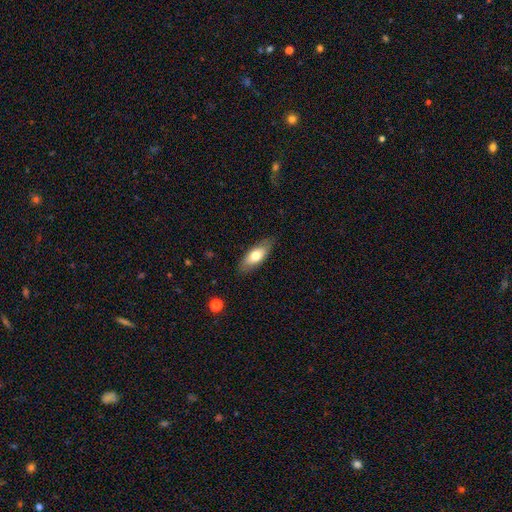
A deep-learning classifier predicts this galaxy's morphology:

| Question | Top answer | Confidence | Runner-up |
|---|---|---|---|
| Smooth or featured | smooth | 69% | featured or disk (25%) |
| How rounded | in between | 80% | cigar-shaped (18%) |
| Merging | none | 83% | minor disturbance (13%) |